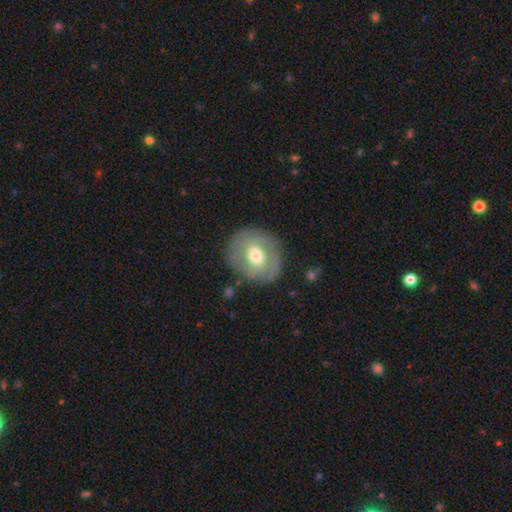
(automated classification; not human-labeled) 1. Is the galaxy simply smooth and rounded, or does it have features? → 48% smooth, 45% featured or disk, 7% star or artifact.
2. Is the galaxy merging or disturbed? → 80% none, 13% minor disturbance, 6% major disturbance, 2% merger.